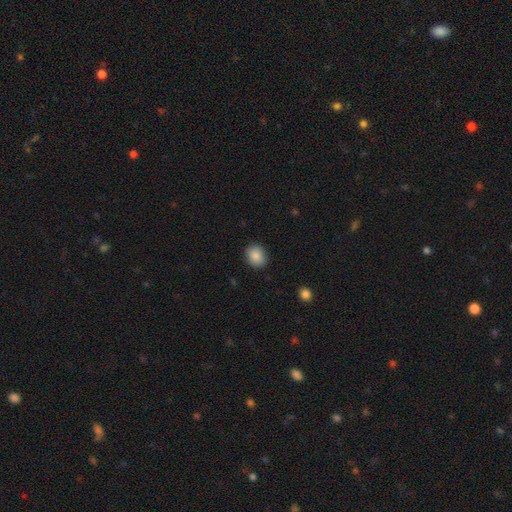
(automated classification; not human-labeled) This is clearly a smooth galaxy (88%). How rounded: likely round (61%). Merging: clearly none (88%).